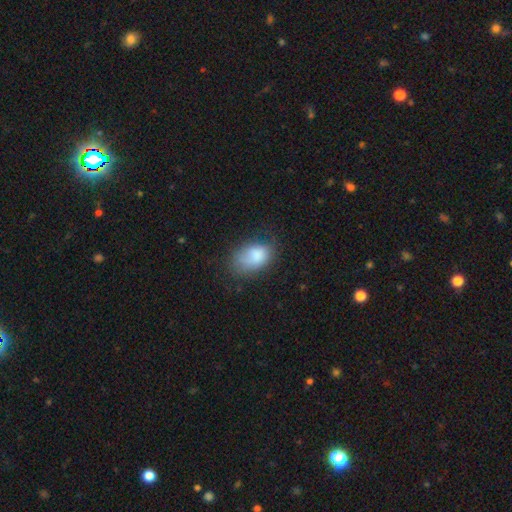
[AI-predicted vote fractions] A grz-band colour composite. It shows a smooth galaxy with no disk features (81%) that is in between round and cigar-shaped (86%). Merging: none (51%).